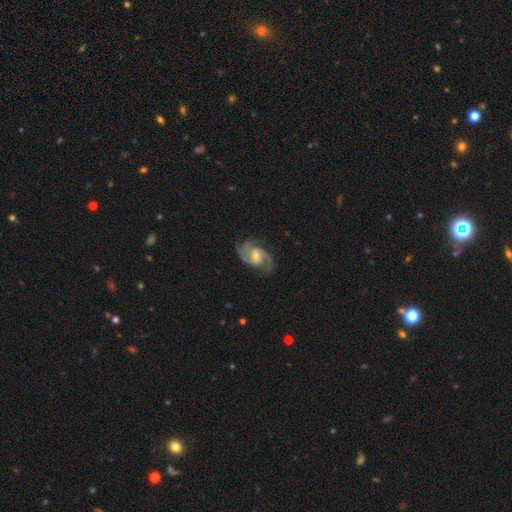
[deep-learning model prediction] Smooth or featured: featured or disk — 90% (smooth — 6%)
Edge-on disk: no — 98% (yes — 2%)
Bar: weak — 50% (no — 36%)
Spiral arms: yes — 98% (no — 2%)
Spiral winding: medium — 57% (tight — 25%)
Spiral arm count: 2 — 58% (3 — 24%)
Bulge size: moderate — 49% (small — 43%)
Merging: none — 74% (minor disturbance — 16%)